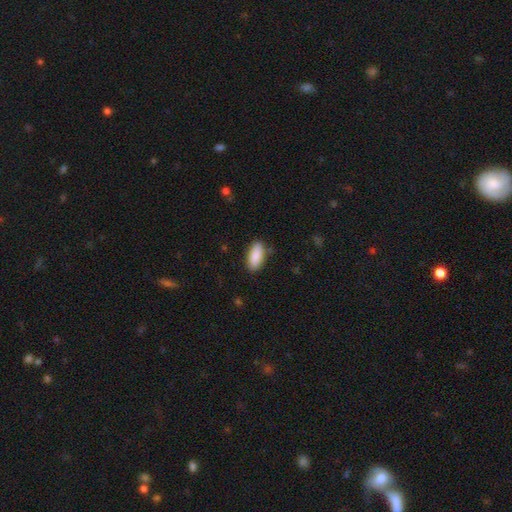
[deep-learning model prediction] This appears to be a smooth galaxy with no disk features (89%) that is in between round and cigar-shaped (87%). Merging: none (86%).